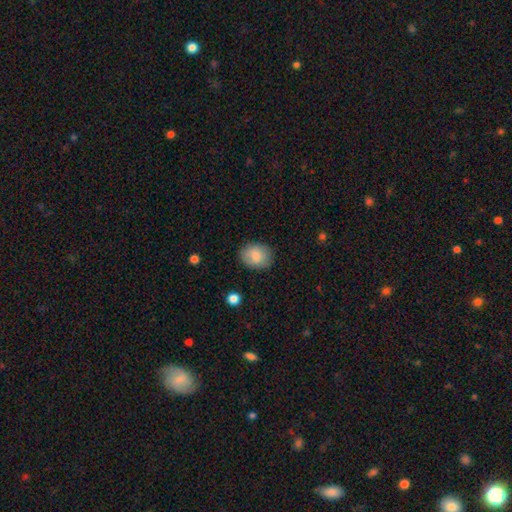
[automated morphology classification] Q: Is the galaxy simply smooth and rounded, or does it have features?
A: smooth — 84%.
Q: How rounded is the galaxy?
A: in between — 53%.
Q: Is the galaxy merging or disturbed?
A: none — 83%.